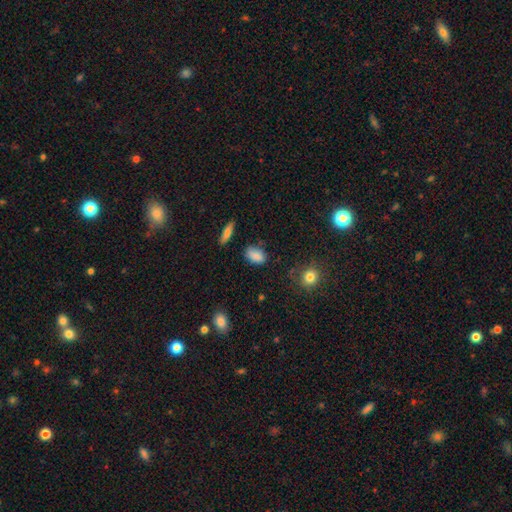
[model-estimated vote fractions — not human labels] This is clearly a smooth galaxy (85%). How rounded: clearly in between (87%). Merging: likely none (74%).